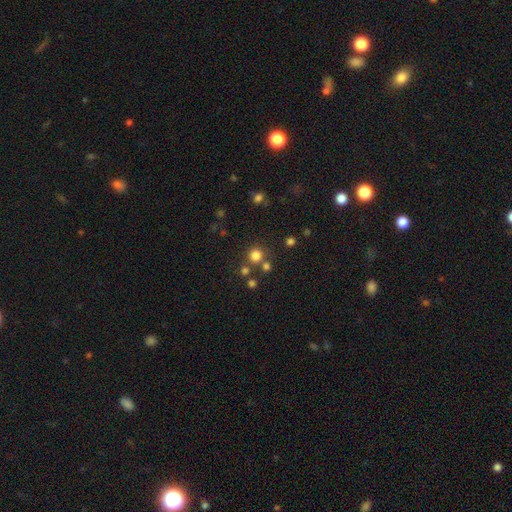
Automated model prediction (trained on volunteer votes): This is likely a smooth galaxy (77%). How rounded: clearly round (92%). Merging: likely none (74%).